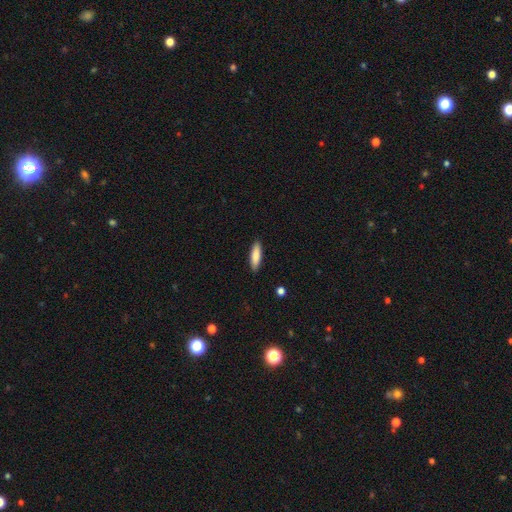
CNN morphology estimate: This appears to be a smooth galaxy with no disk features (84%) that is cigar-shaped (61%). Merging: none (90%).